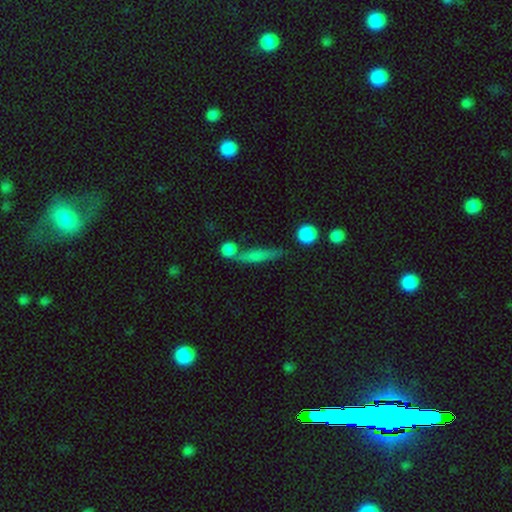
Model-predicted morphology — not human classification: A smooth galaxy with no disk features (61%) that is cigar-shaped (74%). Merging: none (61%).